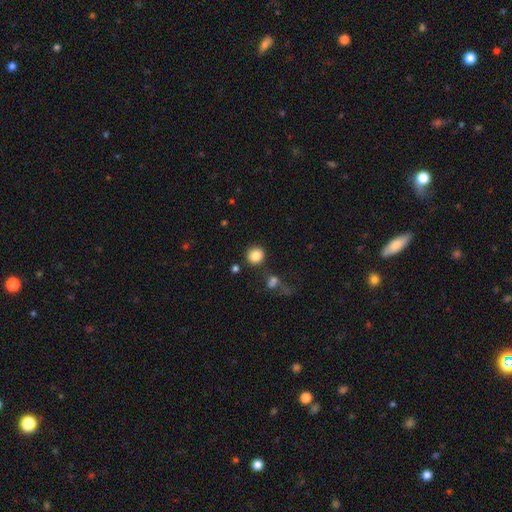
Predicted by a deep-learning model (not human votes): Overall: smooth (84%). How rounded: round (88%). Merging: none (84%).